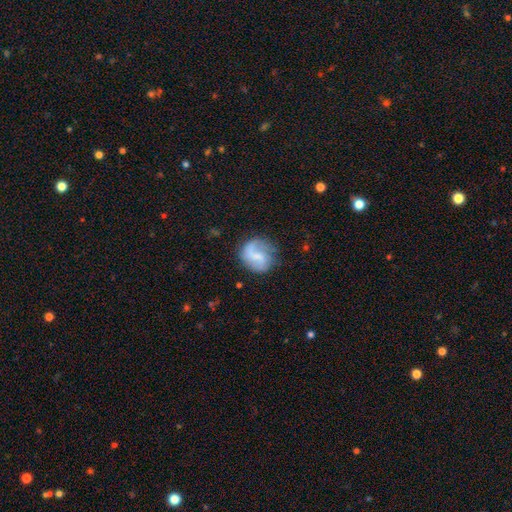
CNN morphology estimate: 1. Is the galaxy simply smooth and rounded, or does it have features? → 61% featured or disk, 31% smooth, 7% star or artifact.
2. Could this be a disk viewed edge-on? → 98% no, 2% yes.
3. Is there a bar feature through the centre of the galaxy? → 50% weak, 35% no, 15% strong.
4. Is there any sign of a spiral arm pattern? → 88% yes, 12% no.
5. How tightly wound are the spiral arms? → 47% loose, 38% medium, 14% tight.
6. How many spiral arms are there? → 71% 2, 16% 1, 9% can't tell, 2% 3, 1% 4, 1% more than 4.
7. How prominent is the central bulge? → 40% small, 32% none, 23% moderate, 3% large, 1% dominant.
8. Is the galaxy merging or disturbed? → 66% none, 20% minor disturbance, 12% major disturbance, 2% merger.